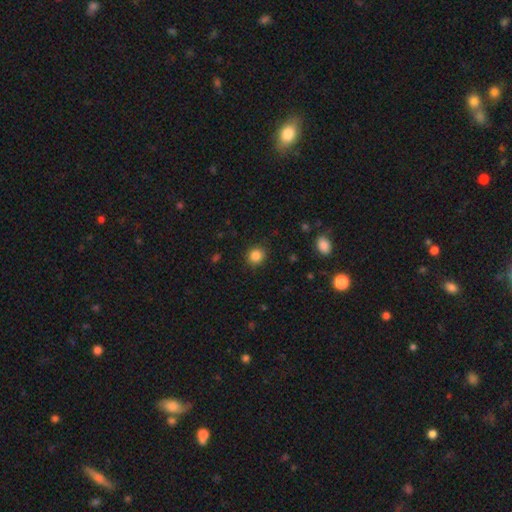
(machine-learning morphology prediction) Q: Smooth or featured?
A: smooth (85%); runner-up: star or artifact (11%)
Q: How rounded?
A: round (86%); runner-up: in between (13%)
Q: Merging?
A: none (89%); runner-up: minor disturbance (8%)